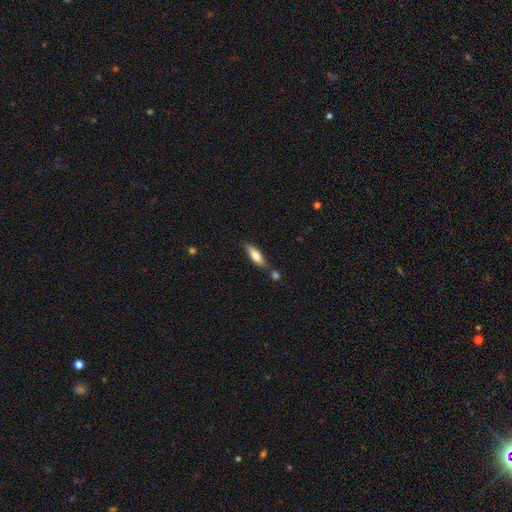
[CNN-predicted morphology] This appears to be a smooth galaxy with no disk features (72%) that is cigar-shaped (52%). Merging: none (72%).